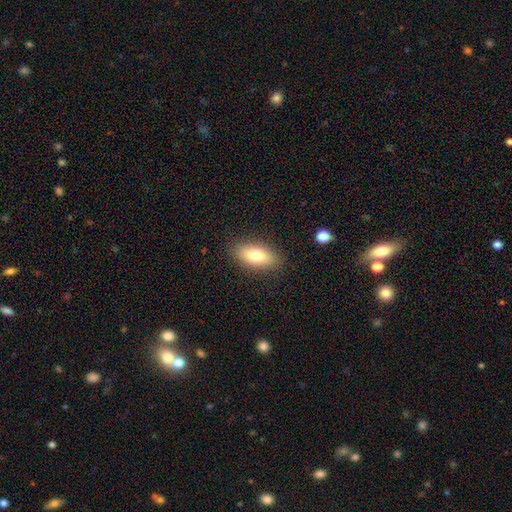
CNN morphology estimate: type=smooth (78%); roundness=in between (87%); merging=none (87%).